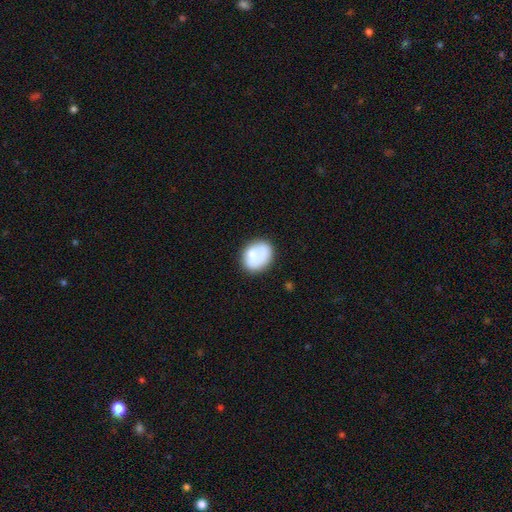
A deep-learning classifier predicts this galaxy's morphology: Overall: smooth (65%; featured or disk 28%). How rounded: in between (51%; round 48%). Merging: none (55%; minor disturbance 22%).